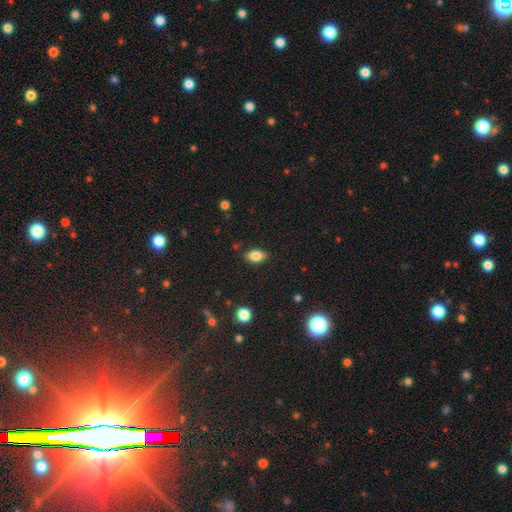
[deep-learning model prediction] smooth 82%, featured or disk 9%, star or artifact 9%. Down the decision tree: how rounded — in between (89%); merging — none (86%).